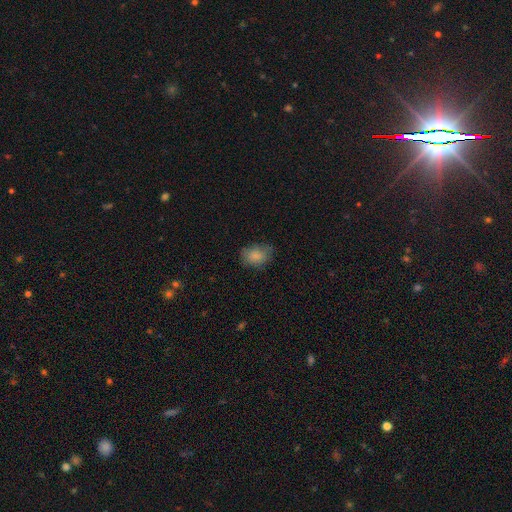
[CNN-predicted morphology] Q: Smooth or featured?
A: smooth (83%); runner-up: star or artifact (8%)
Q: How rounded?
A: in between (71%); runner-up: round (28%)
Q: Merging?
A: none (66%); runner-up: minor disturbance (25%)